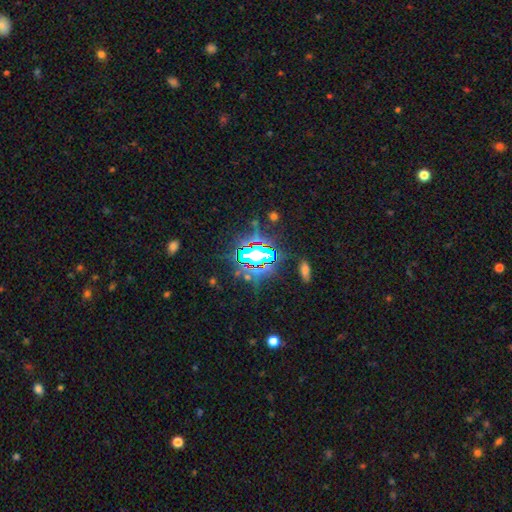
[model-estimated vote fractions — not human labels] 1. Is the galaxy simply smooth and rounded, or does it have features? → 78% star or artifact, 12% smooth, 10% featured or disk.